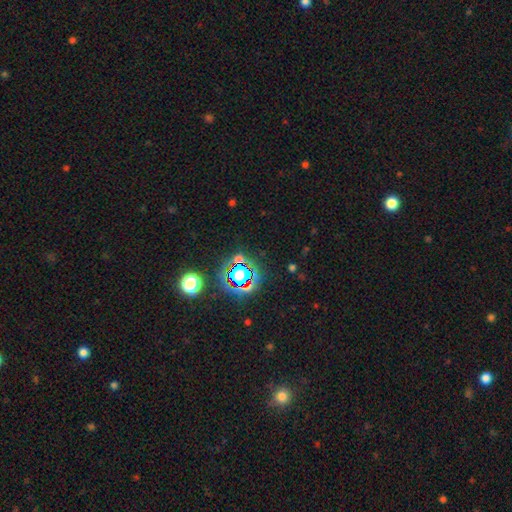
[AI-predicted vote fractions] Smooth or featured? star or artifact (81%)